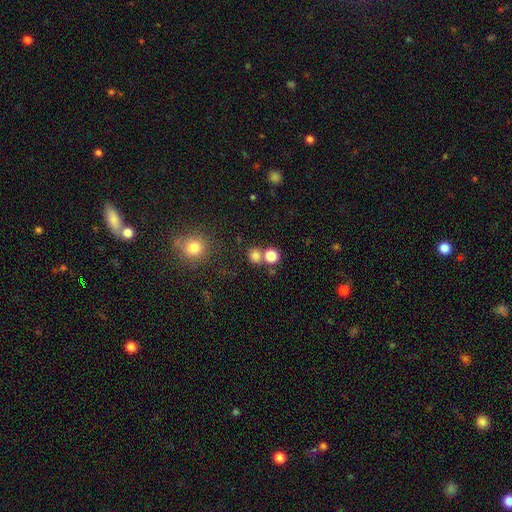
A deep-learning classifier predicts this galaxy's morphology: Q: Smooth or featured?
A: smooth (79%); runner-up: star or artifact (14%)
Q: How rounded?
A: round (85%); runner-up: in between (14%)
Q: Merging?
A: none (59%); runner-up: merger (31%)